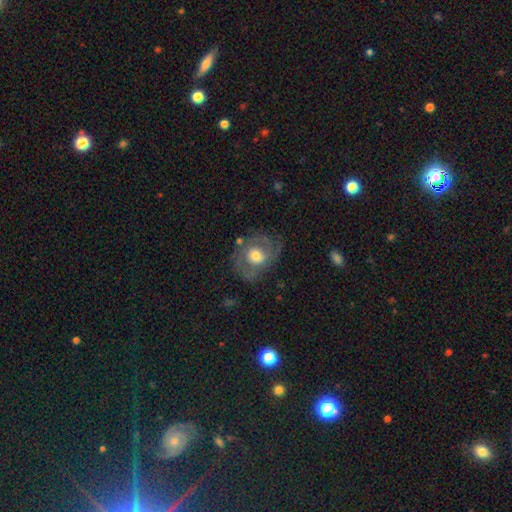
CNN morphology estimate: featured or disk 62%, smooth 31%, star or artifact 8%. Down the decision tree: edge-on disk — no (97%); bar — no (69%); spiral arms — yes (72%); bulge size — moderate (65%); merging — none (67%).